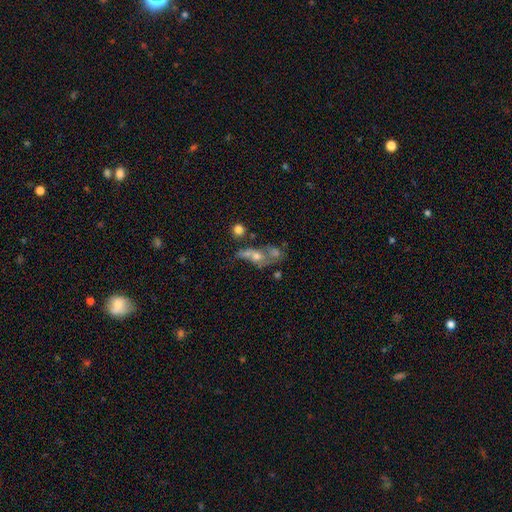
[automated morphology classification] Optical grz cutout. It shows a featured or disk galaxy (46%). Merging: merger (42%).